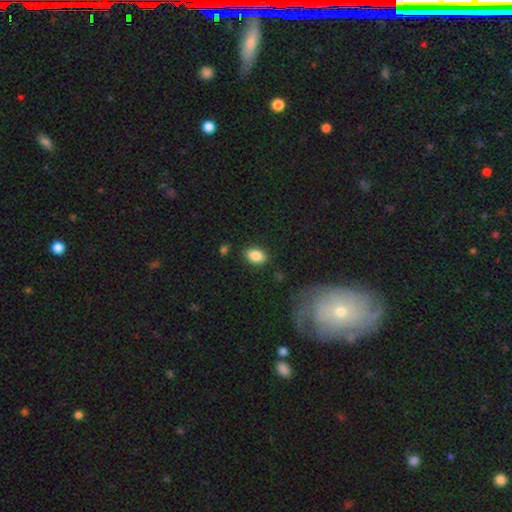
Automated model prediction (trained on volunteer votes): smooth 86%, star or artifact 8%, featured or disk 6%. Down the decision tree: how rounded — in between (85%); merging — none (85%).